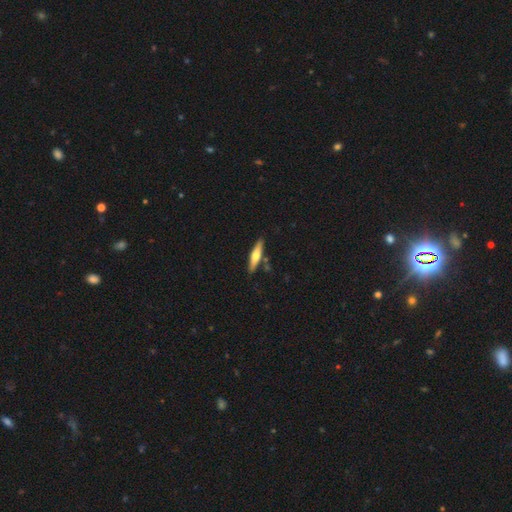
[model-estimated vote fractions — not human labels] This is possibly a smooth galaxy (48%). Merging: clearly none (83%).